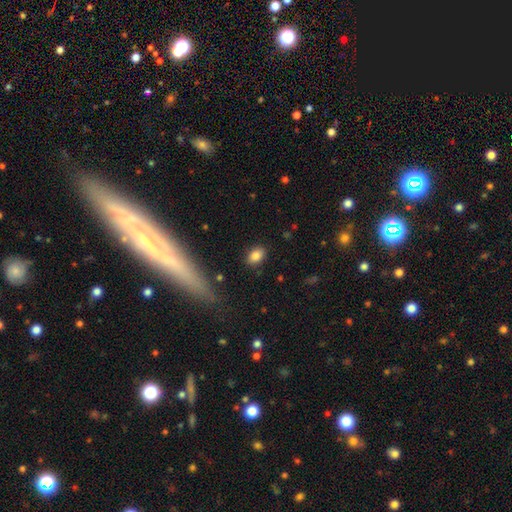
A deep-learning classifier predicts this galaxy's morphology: Smooth or featured? smooth (84%)
How rounded? in between (81%)
Merging? none (86%)